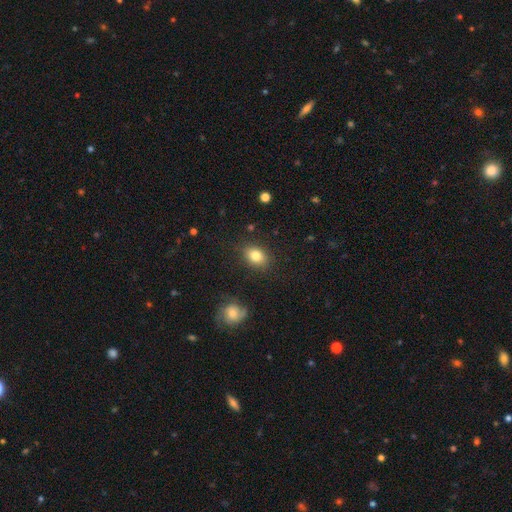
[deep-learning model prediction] smooth_or_featured: smooth (p=0.82) [alt: featured or disk p=0.09]
how_rounded: in between (p=0.72) [alt: round p=0.27]
merging: none (p=0.84) [alt: minor disturbance p=0.11]